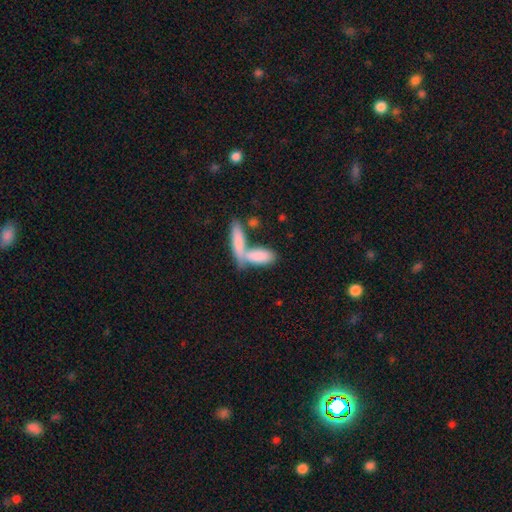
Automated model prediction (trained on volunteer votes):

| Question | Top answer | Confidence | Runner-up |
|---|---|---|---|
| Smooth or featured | smooth | 80% | featured or disk (14%) |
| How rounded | in between | 65% | cigar-shaped (33%) |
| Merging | merger | 57% | none (30%) |